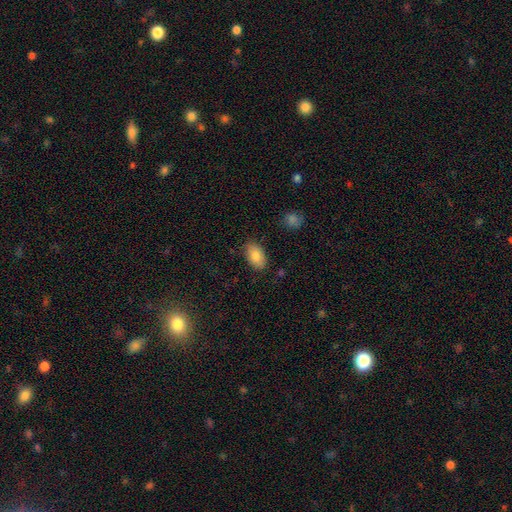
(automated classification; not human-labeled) smooth 85%, featured or disk 8%, star or artifact 7%. Down the decision tree: how rounded — in between (94%); merging — none (83%).